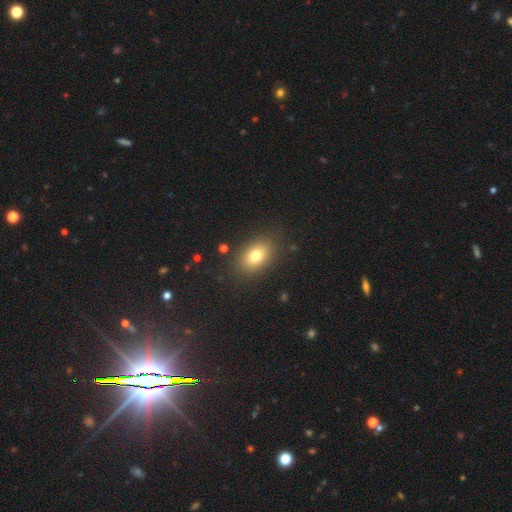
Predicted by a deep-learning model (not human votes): smooth_or_featured: smooth (p=0.77) [alt: featured or disk p=0.12]
how_rounded: in between (p=0.80) [alt: round p=0.18]
merging: none (p=0.86) [alt: minor disturbance p=0.09]